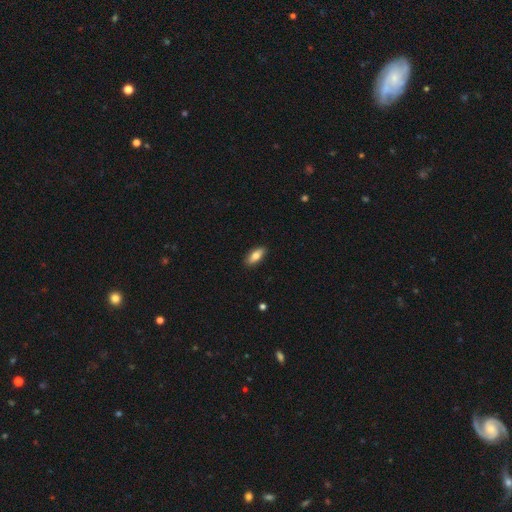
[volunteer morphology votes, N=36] Volunteers were most divided on "smooth or featured": smooth: 72%, featured or disk: 28%, star or artifact: 0%. More confident: merging — none (83%); how rounded — in between (81%).